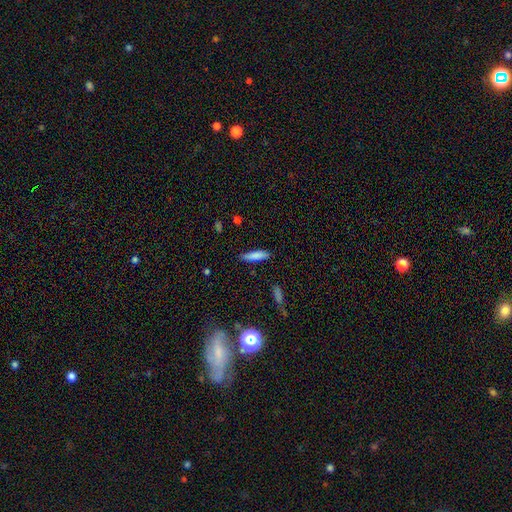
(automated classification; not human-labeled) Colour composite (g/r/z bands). It shows a smooth galaxy with no disk features (82%) that is cigar-shaped (71%). Merging: none (84%).